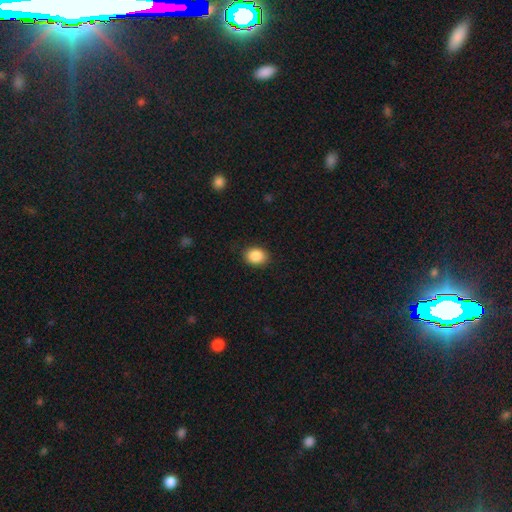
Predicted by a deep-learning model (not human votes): A smooth galaxy with no disk features (89%) that is in between round and cigar-shaped (59%). Merging: none (88%).